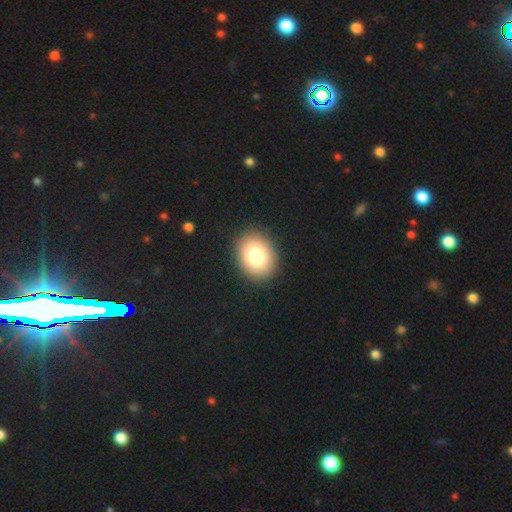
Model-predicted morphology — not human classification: Smooth or featured? smooth (81%)
How rounded? in between (56%)
Merging? none (91%)